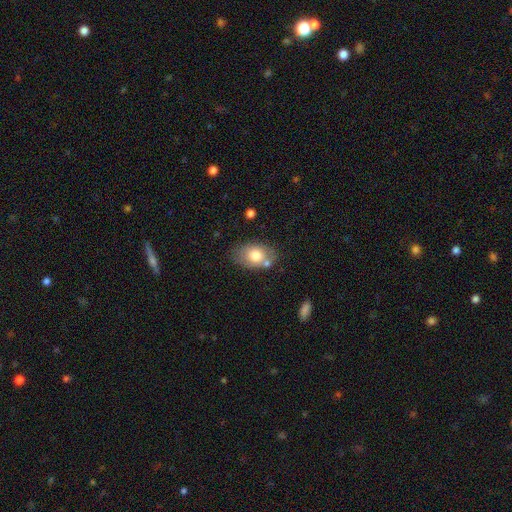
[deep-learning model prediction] Smooth or featured? smooth (74%)
How rounded? in between (82%)
Merging? none (66%)